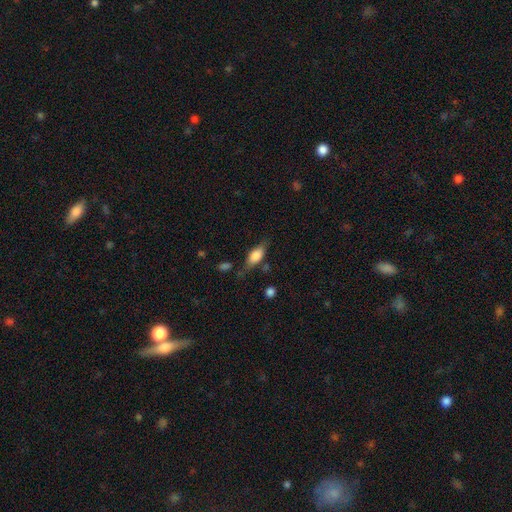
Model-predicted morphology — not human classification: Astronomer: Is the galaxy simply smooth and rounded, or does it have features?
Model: smooth — 72%.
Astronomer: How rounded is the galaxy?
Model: in between — 80%.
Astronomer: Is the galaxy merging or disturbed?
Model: none — 61%.